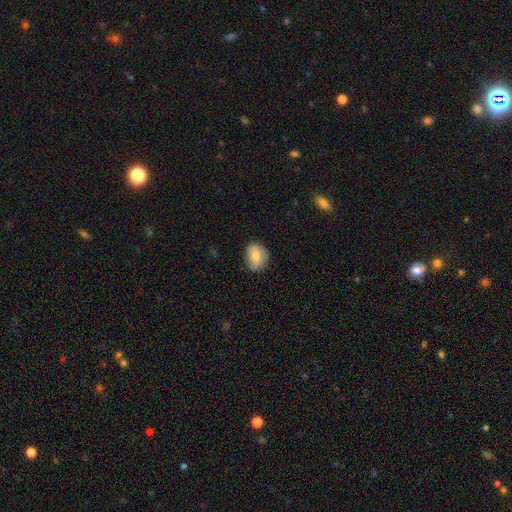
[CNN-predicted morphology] smooth-or-featured: smooth: 78% | featured or disk: 15% | star or artifact: 8%
  how-rounded: in between: 52% | round: 47% | cigar-shaped: 1%
  merging: none: 73% | minor disturbance: 21% | major disturbance: 4% | merger: 1%